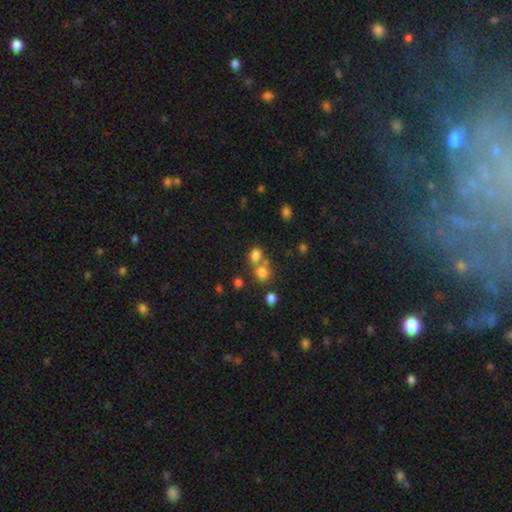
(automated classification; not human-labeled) smooth_or_featured: smooth (p=0.75) [alt: star or artifact p=0.16]
how_rounded: round (p=0.71) [alt: in between p=0.27]
merging: none (p=0.47) [alt: merger p=0.41]